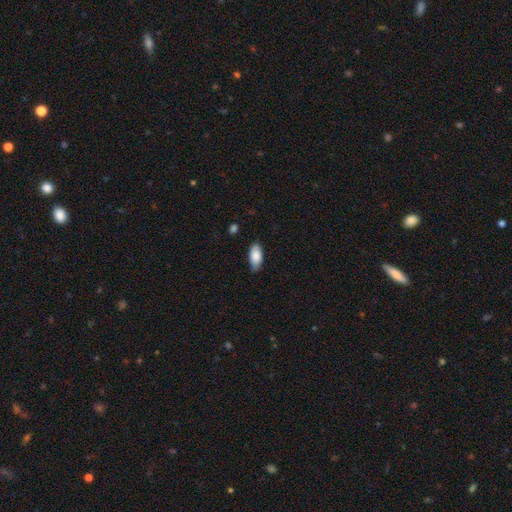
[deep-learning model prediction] smooth-or-featured: smooth: 81% | featured or disk: 12% | star or artifact: 6%
  how-rounded: in between: 92% | cigar-shaped: 5% | round: 3%
  merging: none: 74% | minor disturbance: 21% | major disturbance: 3% | merger: 1%